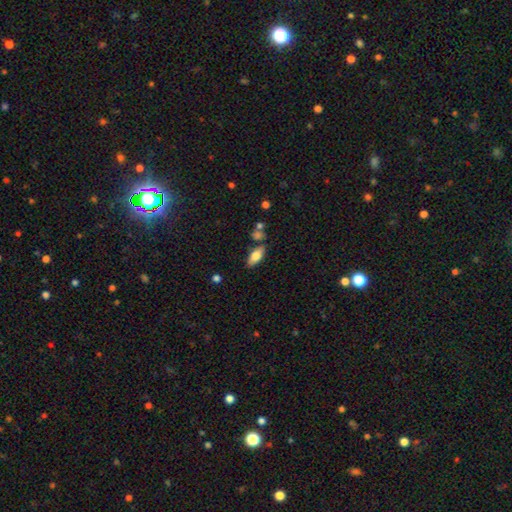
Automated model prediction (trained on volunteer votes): Smooth or featured: smooth — 75% (featured or disk — 18%)
How rounded: in between — 83% (cigar-shaped — 15%)
Merging: none — 75% (minor disturbance — 14%)